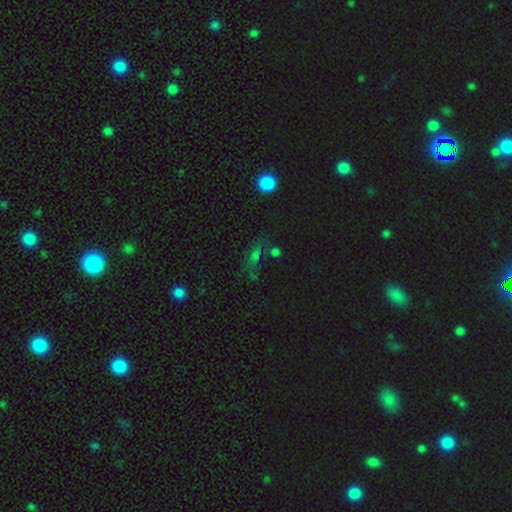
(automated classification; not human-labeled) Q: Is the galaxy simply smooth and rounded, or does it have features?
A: smooth — 46%.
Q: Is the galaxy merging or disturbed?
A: none — 54%.